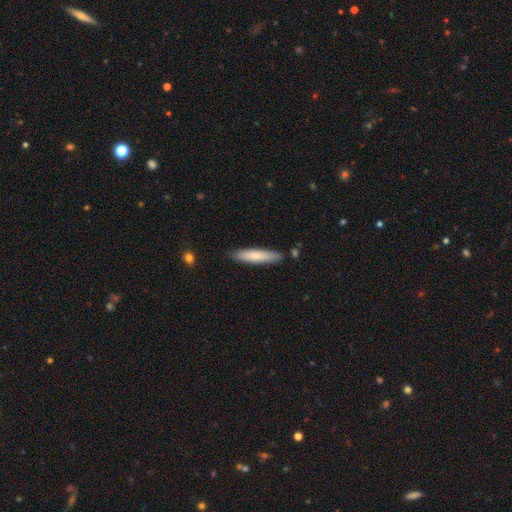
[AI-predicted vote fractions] Overall: smooth (76%). How rounded: cigar-shaped (86%). Merging: none (85%).